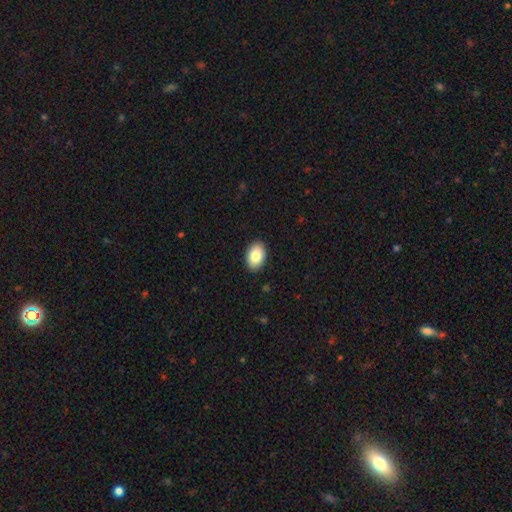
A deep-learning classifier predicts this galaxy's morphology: A smooth galaxy with no disk features (86%) that is in between round and cigar-shaped (89%).

Vote fractions:
- Smooth or featured? smooth: 86% / featured or disk: 8% / star or artifact: 7%
- How rounded? in between: 89% / round: 10% / cigar-shaped: 1%
- Merging? none: 90% / minor disturbance: 7% / major disturbance: 2% / merger: 1%